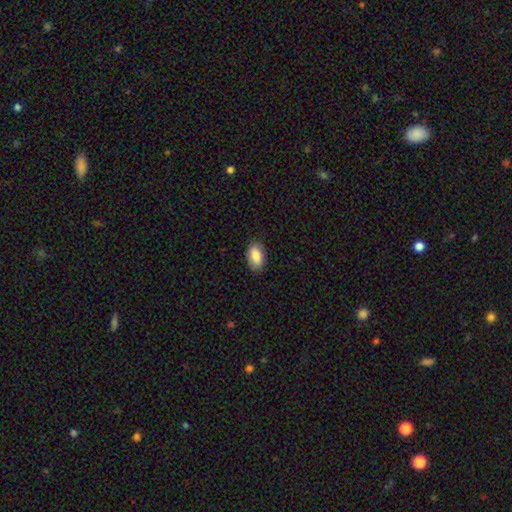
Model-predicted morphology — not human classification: Overall: smooth (86%). How rounded: in between (93%). Merging: none (86%).